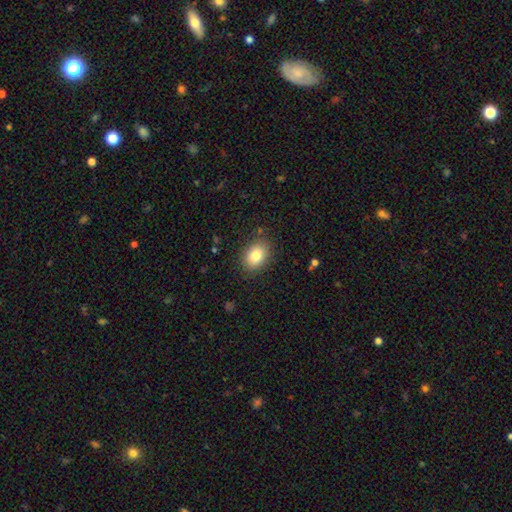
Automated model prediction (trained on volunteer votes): Q: Smooth or featured?
A: smooth (82%); runner-up: featured or disk (9%)
Q: How rounded?
A: in between (73%); runner-up: round (26%)
Q: Merging?
A: none (85%); runner-up: minor disturbance (11%)